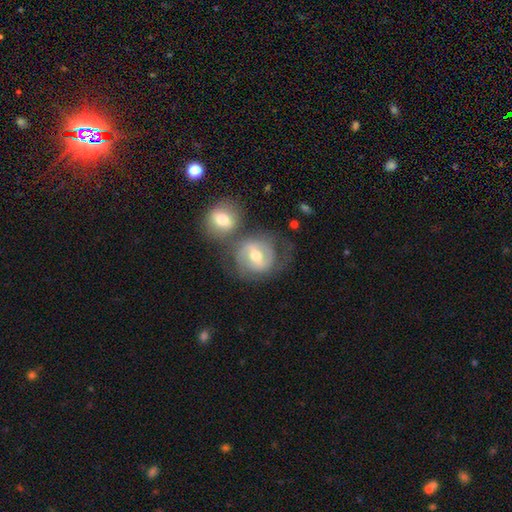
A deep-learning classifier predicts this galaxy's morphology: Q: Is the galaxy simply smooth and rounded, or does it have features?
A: featured or disk — 68%.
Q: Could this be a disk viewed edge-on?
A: no — 96%.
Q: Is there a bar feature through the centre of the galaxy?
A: weak — 43%.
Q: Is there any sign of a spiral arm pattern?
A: yes — 67%.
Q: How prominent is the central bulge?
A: moderate — 75%.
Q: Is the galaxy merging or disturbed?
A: none — 52%.